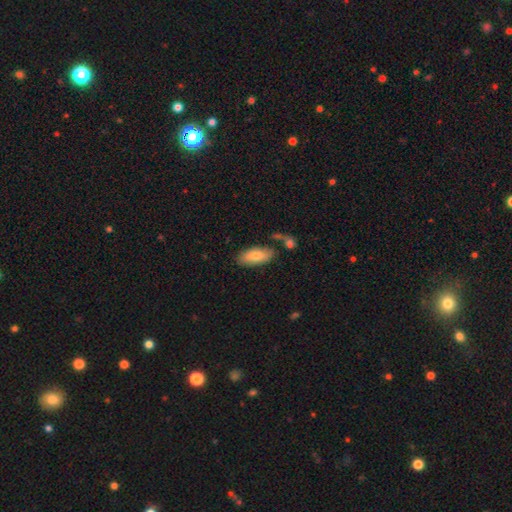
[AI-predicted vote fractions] Overall: smooth (77%). How rounded: in between (86%). Merging: none (69%).